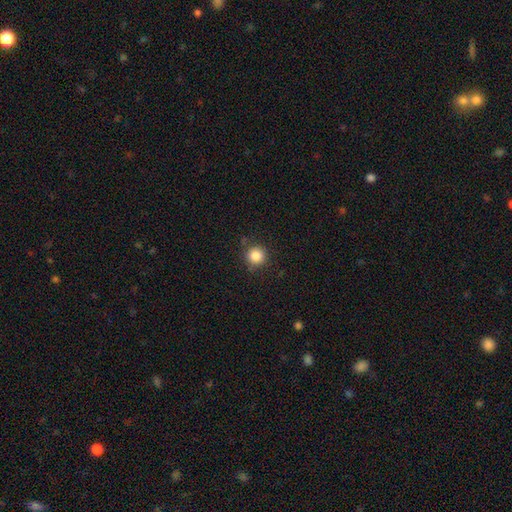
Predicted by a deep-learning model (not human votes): A smooth galaxy with no disk features (85%) that is round (94%). Merging: none (85%).